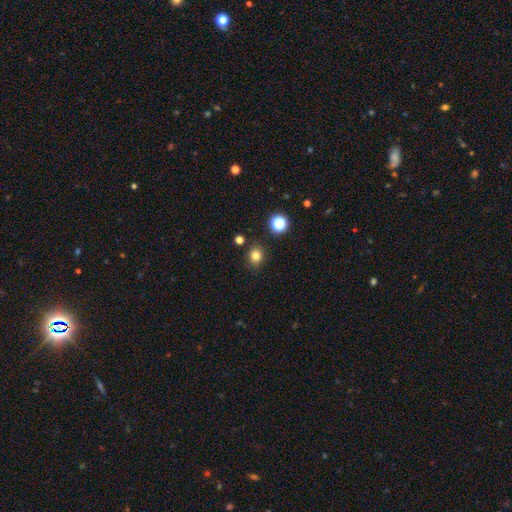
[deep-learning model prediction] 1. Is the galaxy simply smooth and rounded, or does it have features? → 79% smooth, 15% star or artifact, 6% featured or disk.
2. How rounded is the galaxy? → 72% round, 27% in between, 1% cigar-shaped.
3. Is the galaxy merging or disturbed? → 84% none, 10% minor disturbance, 3% merger, 3% major disturbance.